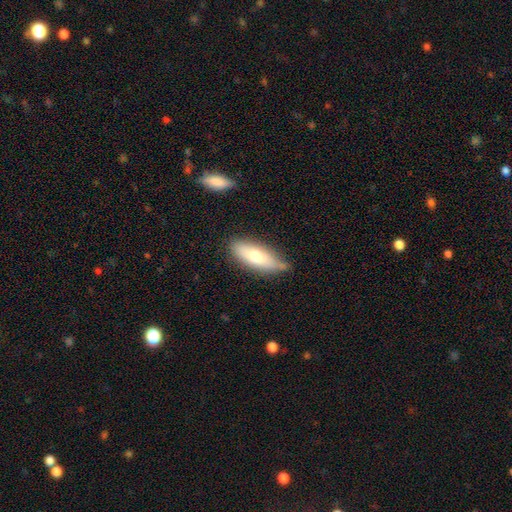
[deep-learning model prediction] A smooth galaxy with no disk features (68%) that is in between round and cigar-shaped (62%). Merging: none (71%).